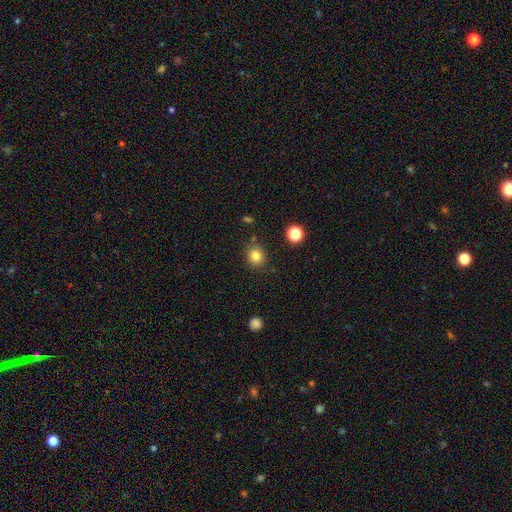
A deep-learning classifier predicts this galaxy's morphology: smooth_or_featured: smooth (p=0.82) [alt: star or artifact p=0.12]
how_rounded: round (p=0.81) [alt: in between p=0.18]
merging: none (p=0.84) [alt: minor disturbance p=0.10]